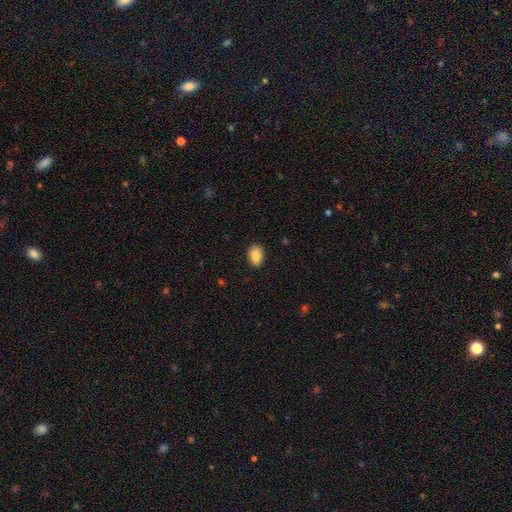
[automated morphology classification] Smooth or featured: smooth — 88% (star or artifact — 7%)
How rounded: in between — 85% (round — 14%)
Merging: none — 89% (minor disturbance — 8%)